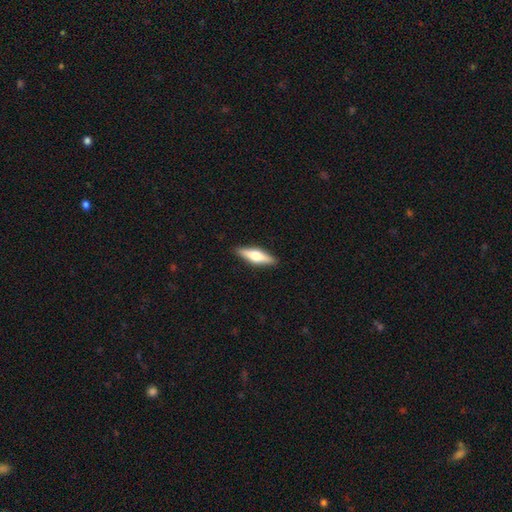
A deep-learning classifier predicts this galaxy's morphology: type=featured or disk (48%); merging=none (90%).